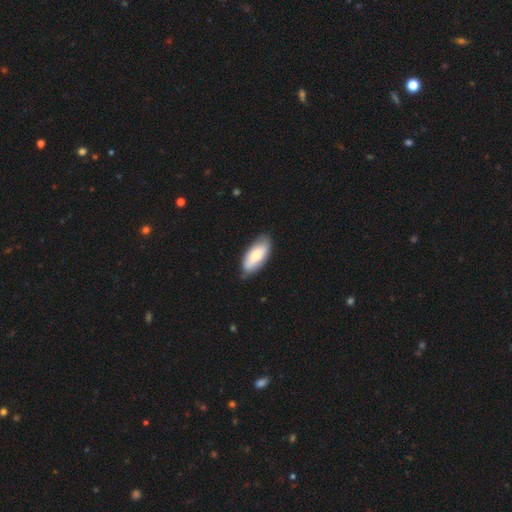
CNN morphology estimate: This appears to be a smooth galaxy with no disk features (77%) that is in between round and cigar-shaped (87%). Merging: none (74%).